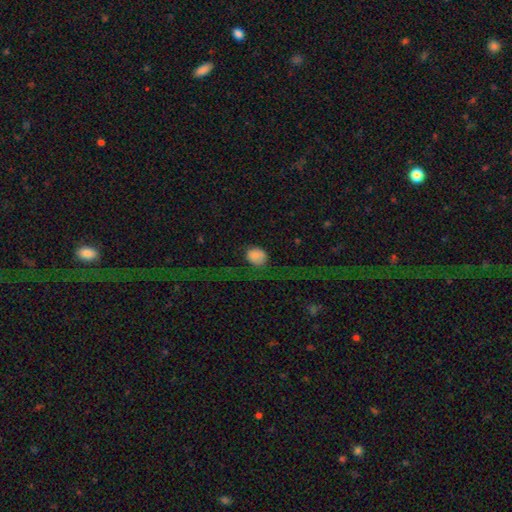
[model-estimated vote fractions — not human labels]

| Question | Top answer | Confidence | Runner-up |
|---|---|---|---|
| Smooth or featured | smooth | 78% | star or artifact (13%) |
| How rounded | round | 70% | in between (29%) |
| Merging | none | 56% | major disturbance (23%) |